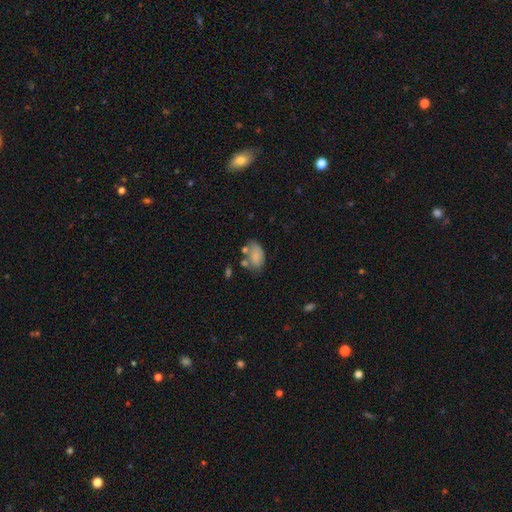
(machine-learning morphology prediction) This is likely a smooth galaxy (78%). How rounded: clearly in between (89%). Merging: possibly none (48%).